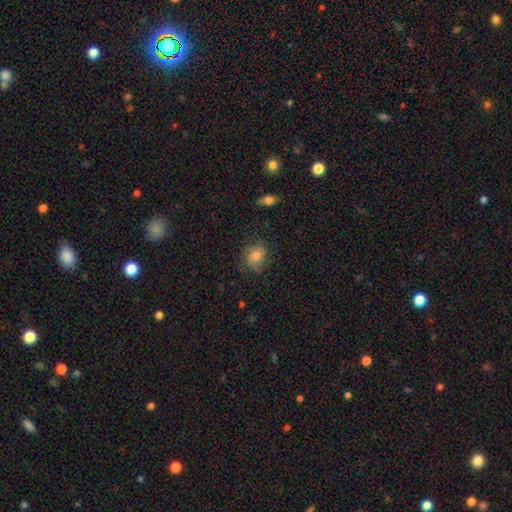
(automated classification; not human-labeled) smooth_or_featured: smooth (p=0.45) [alt: featured or disk p=0.40]
merging: none (p=0.67) [alt: minor disturbance p=0.21]